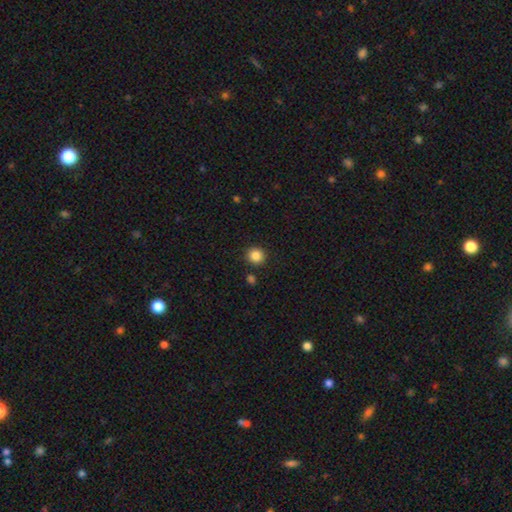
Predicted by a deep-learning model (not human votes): Smooth or featured? Predicted: smooth (p=0.86). How rounded? Predicted: round (p=0.92). Merging? Predicted: none (p=0.89).